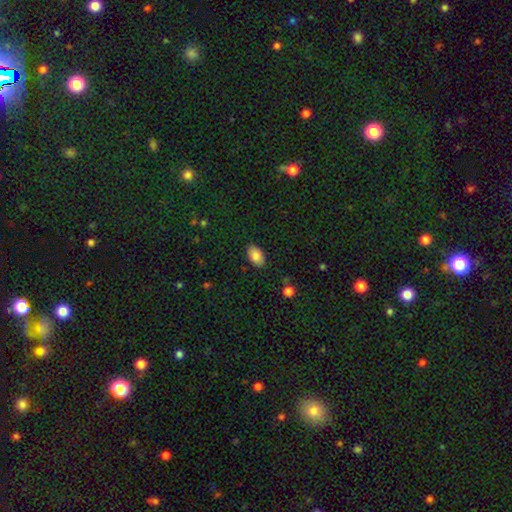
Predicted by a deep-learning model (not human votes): Q: Smooth or featured?
A: smooth (85%); runner-up: star or artifact (8%)
Q: How rounded?
A: in between (94%); runner-up: round (5%)
Q: Merging?
A: none (88%); runner-up: minor disturbance (9%)